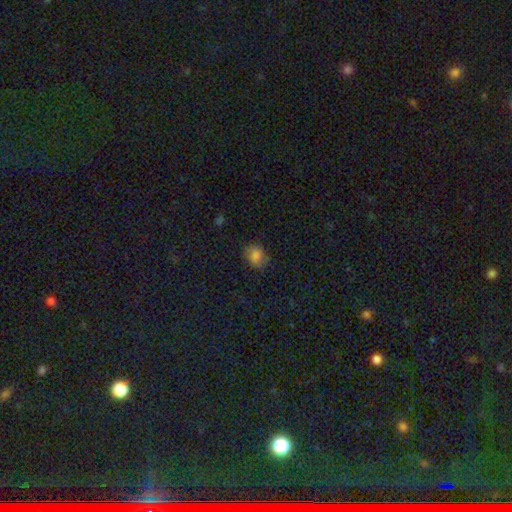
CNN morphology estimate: smooth-or-featured: smooth: 82% | star or artifact: 11% | featured or disk: 7%
  how-rounded: round: 58% | in between: 41% | cigar-shaped: 1%
  merging: none: 79% | minor disturbance: 16% | major disturbance: 4% | merger: 1%